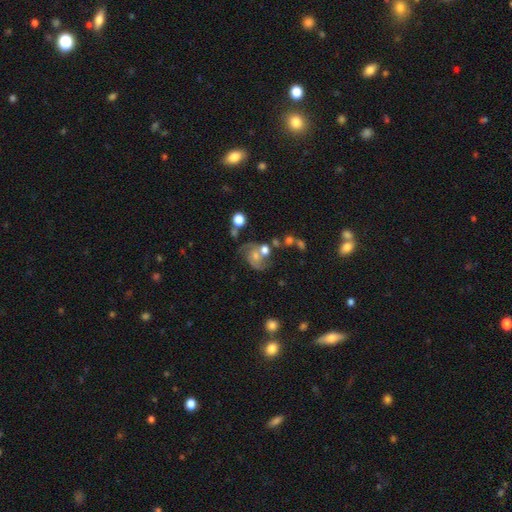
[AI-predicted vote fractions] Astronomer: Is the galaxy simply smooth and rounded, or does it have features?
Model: featured or disk — 66%.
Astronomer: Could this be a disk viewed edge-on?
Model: no — 98%.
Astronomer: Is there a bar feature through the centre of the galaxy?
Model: no — 63%.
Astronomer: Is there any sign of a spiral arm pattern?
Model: yes — 86%.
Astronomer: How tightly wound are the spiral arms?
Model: medium — 50% (runner-up: loose, 30%).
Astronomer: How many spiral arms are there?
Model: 2 — 74%.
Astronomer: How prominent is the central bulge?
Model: moderate — 45% (runner-up: small, 38%).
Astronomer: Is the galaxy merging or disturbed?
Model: none — 45%.